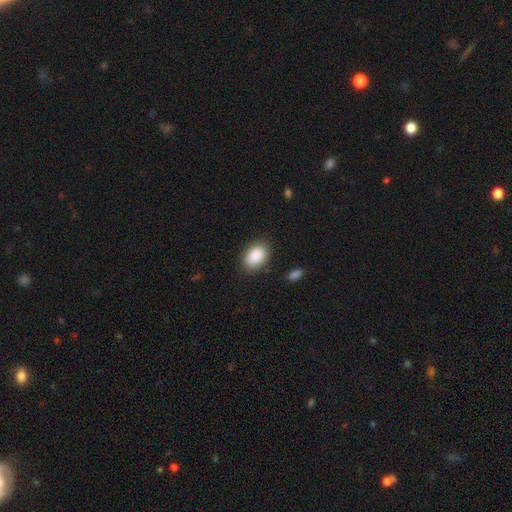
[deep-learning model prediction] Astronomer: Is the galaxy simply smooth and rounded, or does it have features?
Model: smooth — 90%.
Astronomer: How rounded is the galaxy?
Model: in between — 88%.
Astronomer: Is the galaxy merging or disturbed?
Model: none — 84%.